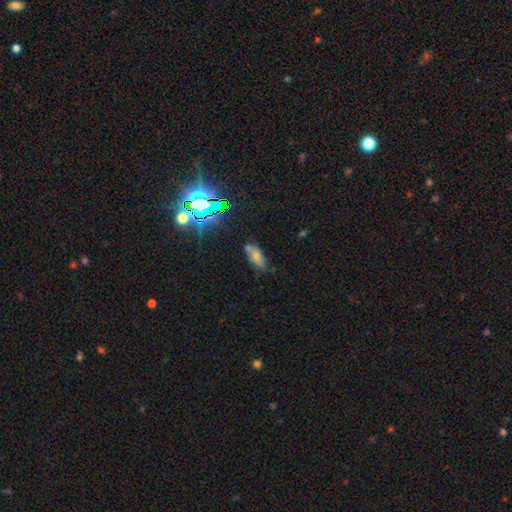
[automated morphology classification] smooth_or_featured: smooth (p=0.58) [alt: featured or disk p=0.23]
how_rounded: in between (p=0.82) [alt: cigar-shaped p=0.14]
merging: none (p=0.60) [alt: minor disturbance p=0.23]